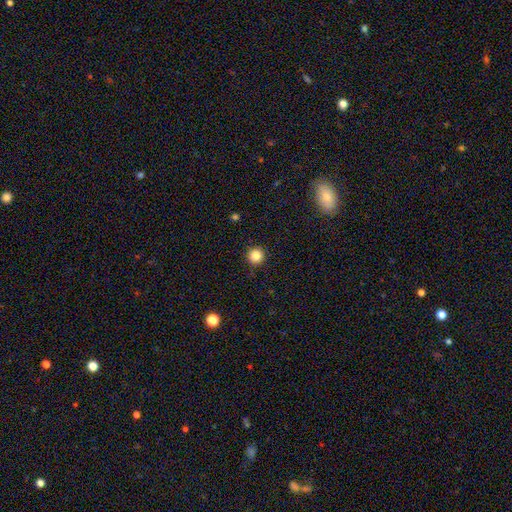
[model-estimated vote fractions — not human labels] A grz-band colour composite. It shows a smooth galaxy with no disk features (84%) that is round (96%). Merging: none (92%).